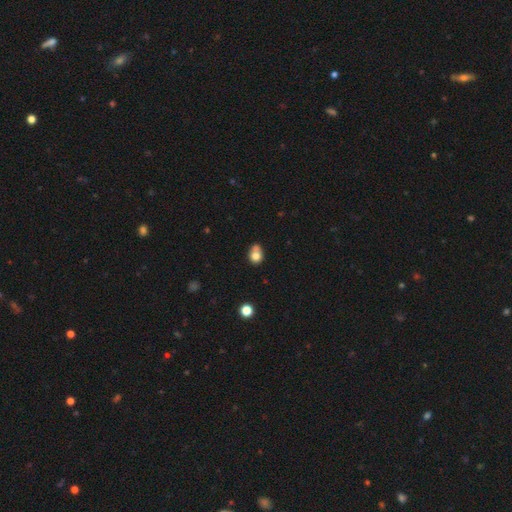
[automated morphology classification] This appears to be a smooth galaxy with no disk features (76%) that is round (63%). Merging: none (42%).